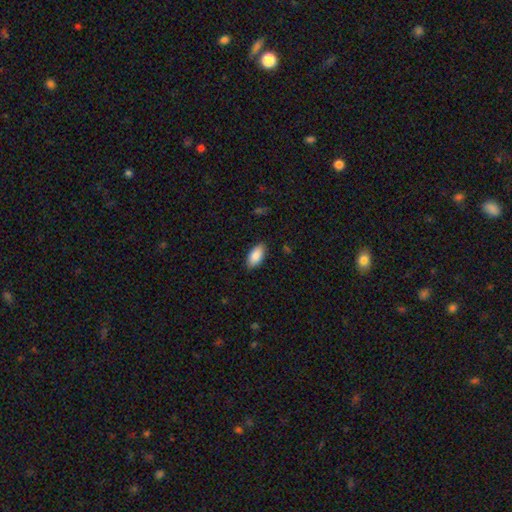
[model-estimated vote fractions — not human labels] The model was most divided on "merging": none: 87%, minor disturbance: 10%, major disturbance: 2%, merger: 1%. More confident: how rounded — in between (92%); smooth or featured — smooth (88%).